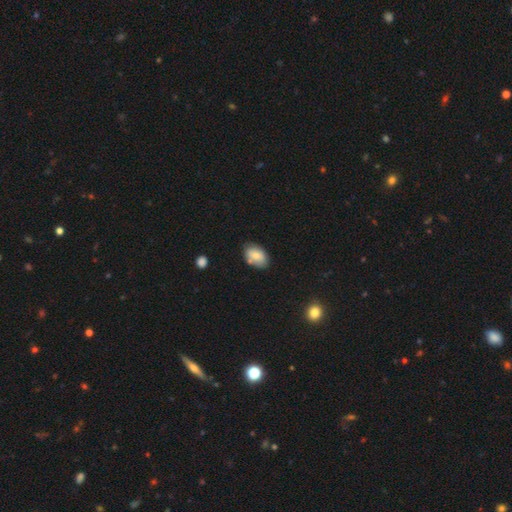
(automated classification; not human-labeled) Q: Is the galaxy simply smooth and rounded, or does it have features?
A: smooth — 75%.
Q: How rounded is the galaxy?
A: in between — 88%.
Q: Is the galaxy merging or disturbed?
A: none — 69%.